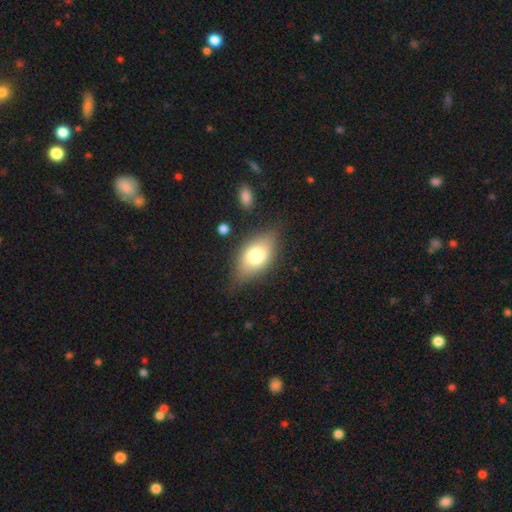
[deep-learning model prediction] smooth 72%, featured or disk 20%, star or artifact 8%. Down the decision tree: how rounded — in between (86%); merging — none (72%).